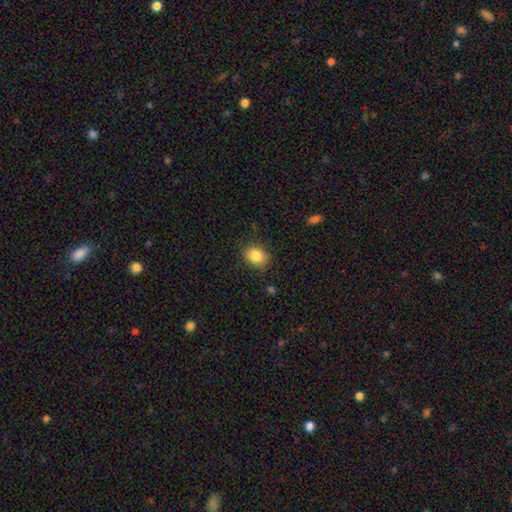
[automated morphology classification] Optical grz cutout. It shows a smooth galaxy with no disk features (85%) that is in between round and cigar-shaped (61%). Merging: none (85%).